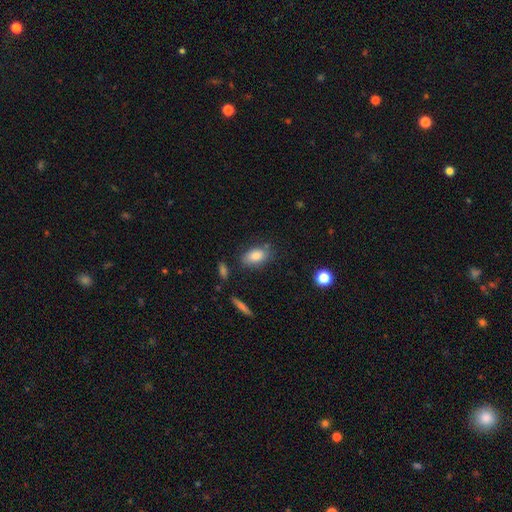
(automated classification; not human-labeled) Morphology: type=smooth (83%); roundness=in between (88%); merging=none (76%).